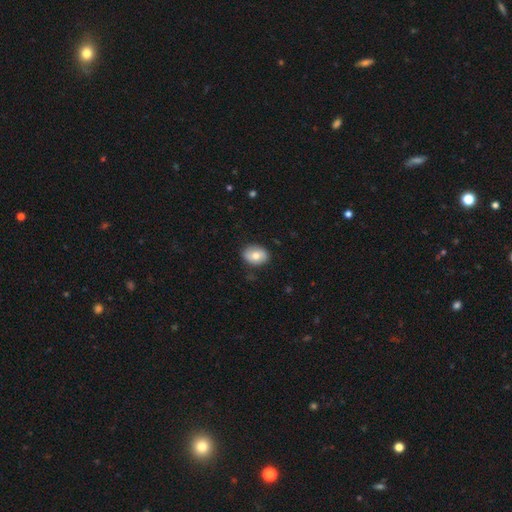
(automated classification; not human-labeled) This is likely a smooth galaxy (74%). How rounded: likely in between (75%). Merging: clearly none (85%).